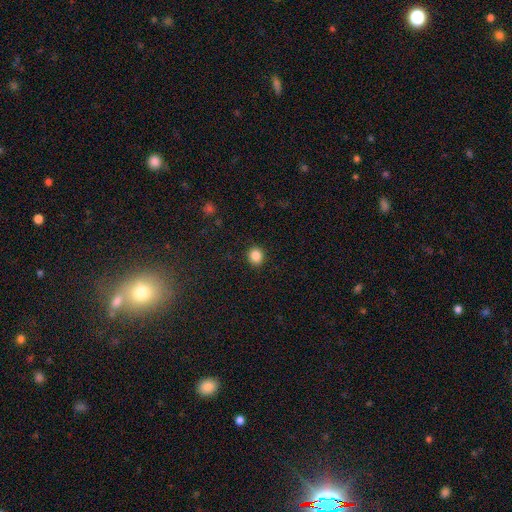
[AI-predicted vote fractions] This appears to be a smooth galaxy with no disk features (86%) that is round (81%). Merging: none (91%).